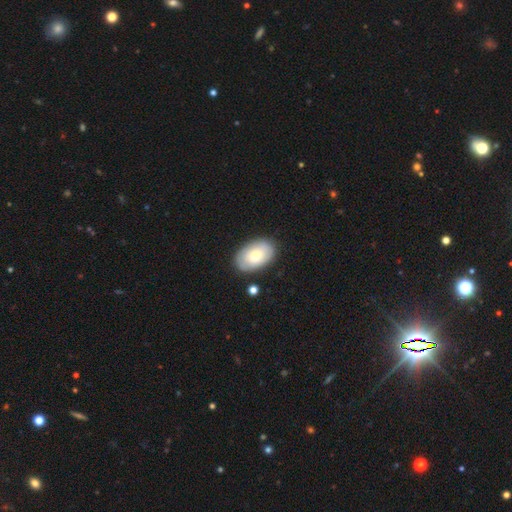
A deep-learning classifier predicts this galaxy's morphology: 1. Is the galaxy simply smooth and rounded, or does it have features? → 68% smooth, 26% featured or disk, 6% star or artifact.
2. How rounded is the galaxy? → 90% in between, 9% round, 1% cigar-shaped.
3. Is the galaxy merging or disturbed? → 82% none, 13% minor disturbance, 3% major disturbance, 2% merger.